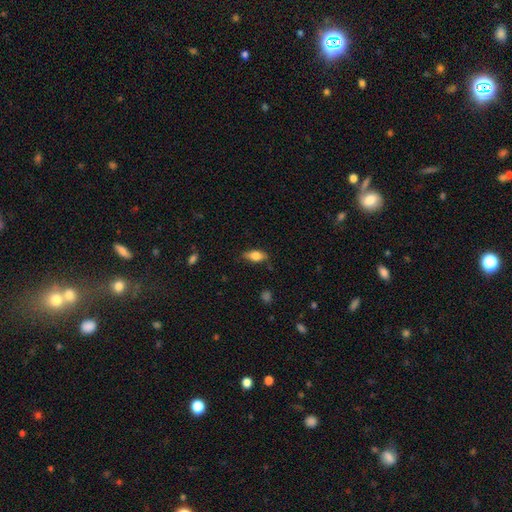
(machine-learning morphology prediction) This appears to be a smooth galaxy with no disk features (70%) that is in between round and cigar-shaped (81%). Merging: none (77%).